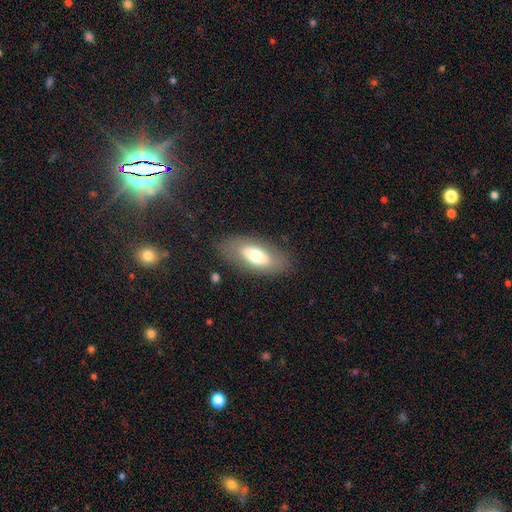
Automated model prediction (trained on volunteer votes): Q: Smooth or featured?
A: smooth (62%); runner-up: featured or disk (31%)
Q: How rounded?
A: in between (86%); runner-up: cigar-shaped (11%)
Q: Merging?
A: none (80%); runner-up: minor disturbance (13%)